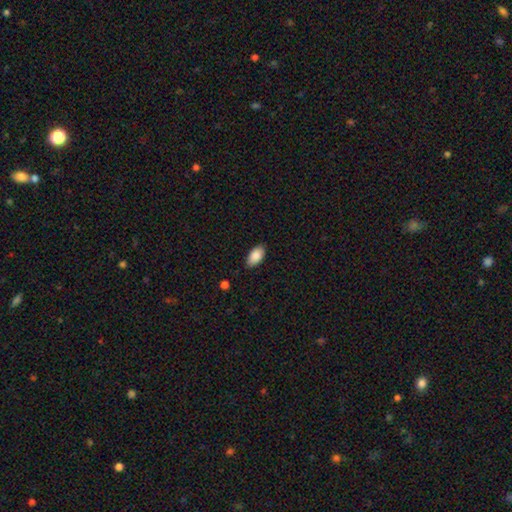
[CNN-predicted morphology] smooth_or_featured: smooth (p=0.88) [alt: star or artifact p=0.07]
how_rounded: in between (p=0.94) [alt: round p=0.03]
merging: none (p=0.85) [alt: minor disturbance p=0.12]